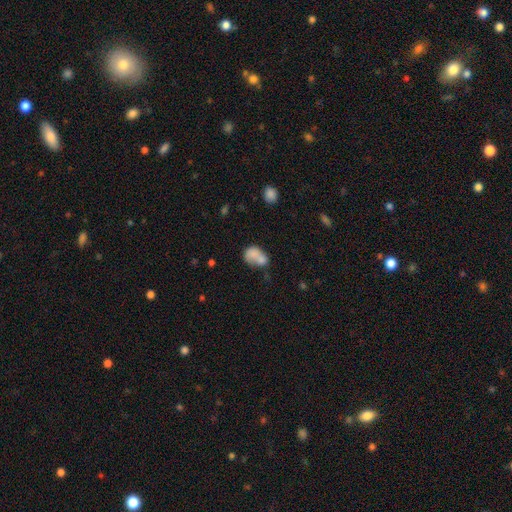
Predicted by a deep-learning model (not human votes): smooth 73%, featured or disk 18%, star or artifact 9%. Down the decision tree: how rounded — in between (72%); merging — merger (52%).